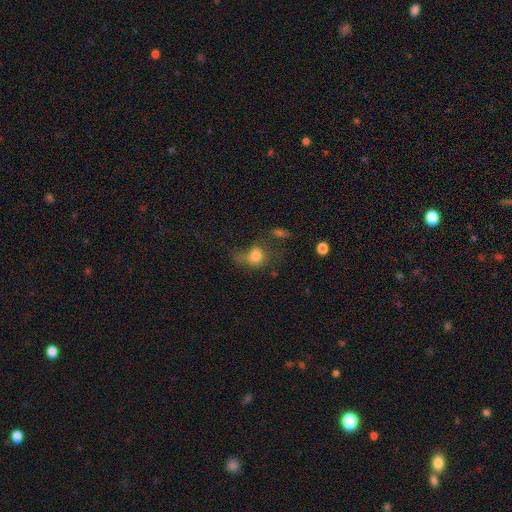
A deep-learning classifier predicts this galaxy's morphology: Smooth or featured?
  - smooth: 72% *
  - featured or disk: 16%
  - star or artifact: 12%
How rounded?
  - round: 53% *
  - in between: 45%
  - cigar-shaped: 2%
Merging?
  - major disturbance: 33% * (tied)
  - none: 33% * (tied)
  - minor disturbance: 25%
  - merger: 10%